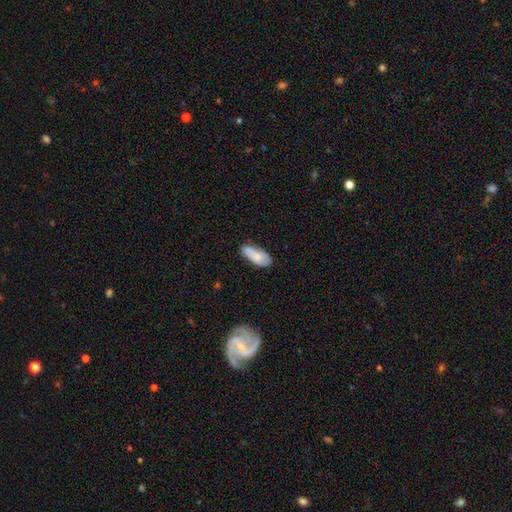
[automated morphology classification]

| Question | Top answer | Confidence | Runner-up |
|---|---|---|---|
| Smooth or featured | smooth | 74% | featured or disk (19%) |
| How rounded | in between | 83% | cigar-shaped (15%) |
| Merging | none | 53% | minor disturbance (30%) |